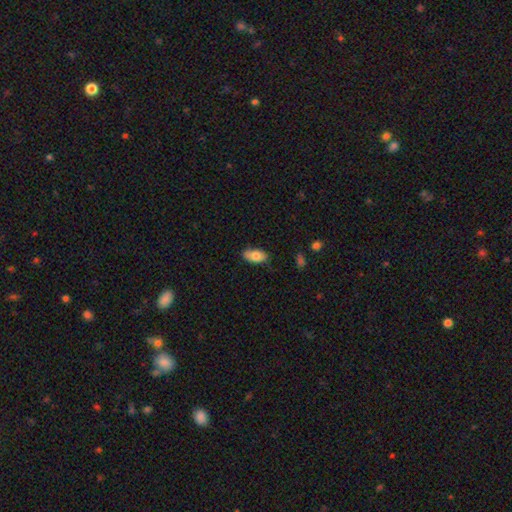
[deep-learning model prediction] Smooth or featured? Predicted: smooth (p=0.79). How rounded? Predicted: in between (p=0.92). Merging? Predicted: none (p=0.81).